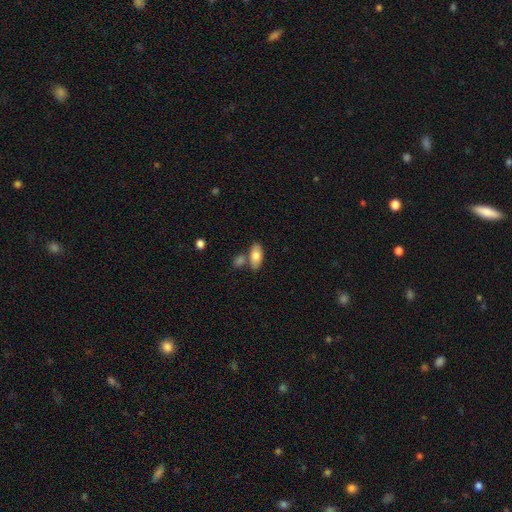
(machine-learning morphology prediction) Q: Smooth or featured?
A: smooth (79%); runner-up: featured or disk (15%)
Q: How rounded?
A: in between (89%); runner-up: cigar-shaped (8%)
Q: Merging?
A: none (64%); runner-up: merger (21%)